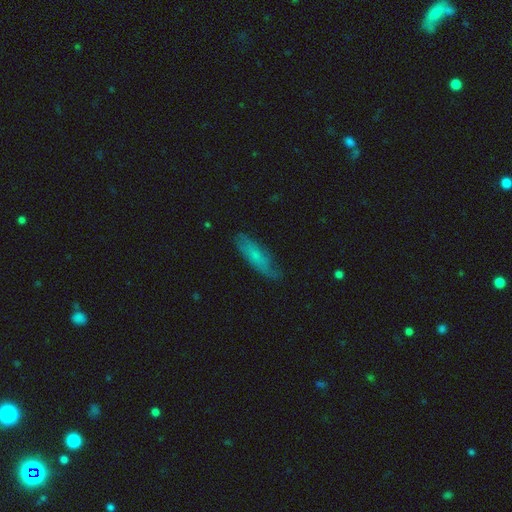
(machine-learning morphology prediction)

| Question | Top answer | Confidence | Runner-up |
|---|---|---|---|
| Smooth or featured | smooth | 59% | featured or disk (34%) |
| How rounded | cigar-shaped | 53% | in between (45%) |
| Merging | none | 72% | minor disturbance (22%) |